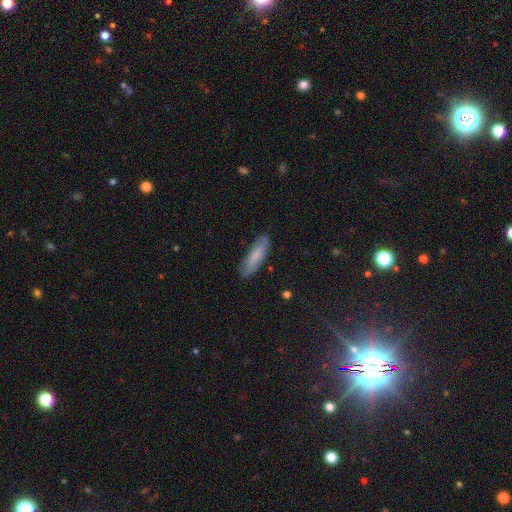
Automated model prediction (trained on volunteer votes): A smooth galaxy with no disk features (68%) that is cigar-shaped (55%). Merging: none (79%).